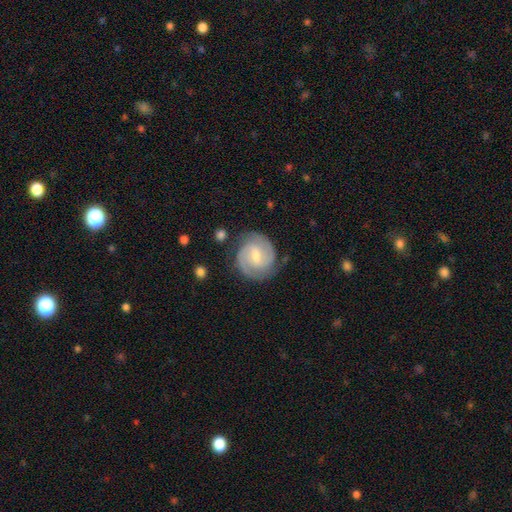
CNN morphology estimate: This appears to be a featured or disk galaxy (83%) with a weak bar (61%), 2 (78%) tight (56%) spiral arms (96%) and a small central bulge (49%). Merging: none (79%).